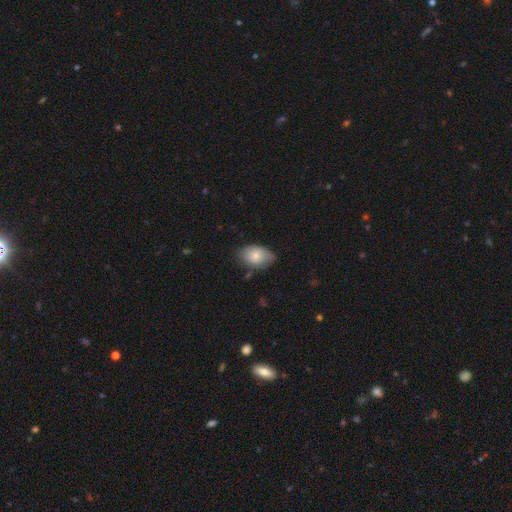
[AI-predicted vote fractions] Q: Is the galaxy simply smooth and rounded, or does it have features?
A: smooth — 77%.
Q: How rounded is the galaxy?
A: in between — 87%.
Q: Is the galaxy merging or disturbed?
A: none — 62%.